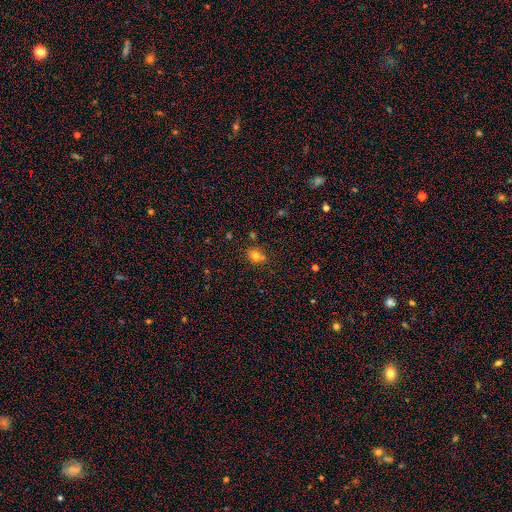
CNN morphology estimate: A smooth galaxy with no disk features (78%) that is round (60%). Merging: none (70%).